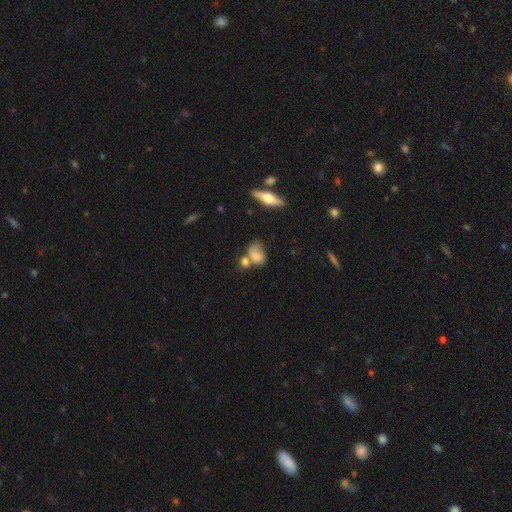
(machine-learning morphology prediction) This is likely a smooth galaxy (67%). How rounded: likely in between (71%). Merging: marginally none (34%).